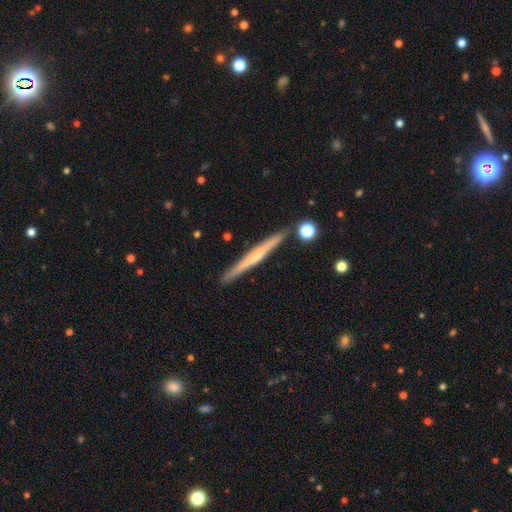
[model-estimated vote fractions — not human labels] Smooth or featured: featured or disk — 58% (smooth — 36%)
Edge-on disk: yes — 98% (no — 2%)
Edge-on bulge: none — 61% (rounded — 32%)
Merging: none — 89% (minor disturbance — 7%)